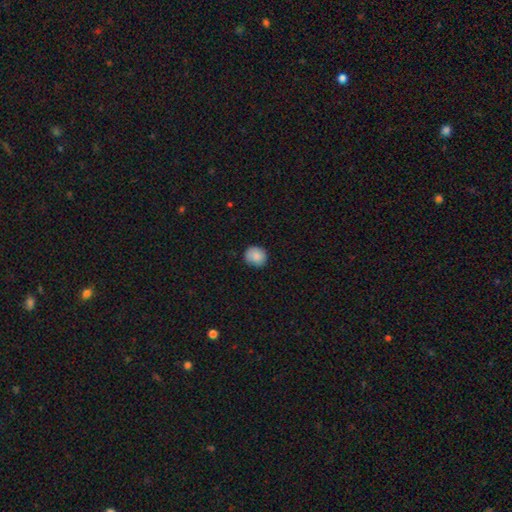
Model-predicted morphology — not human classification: This is clearly a smooth galaxy (86%). How rounded: clearly round (84%). Merging: clearly none (81%).